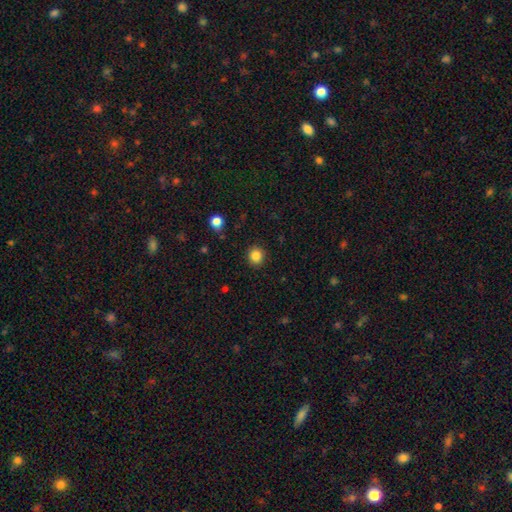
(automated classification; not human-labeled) A smooth galaxy with no disk features (85%) that is round (87%). Merging: none (90%).